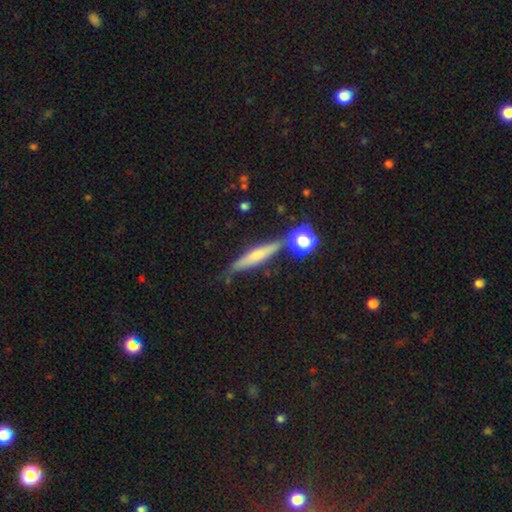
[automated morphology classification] smooth-or-featured: featured or disk: 50% | smooth: 40% | star or artifact: 11%
  merging: none: 72% | minor disturbance: 15% | merger: 9% | major disturbance: 4%